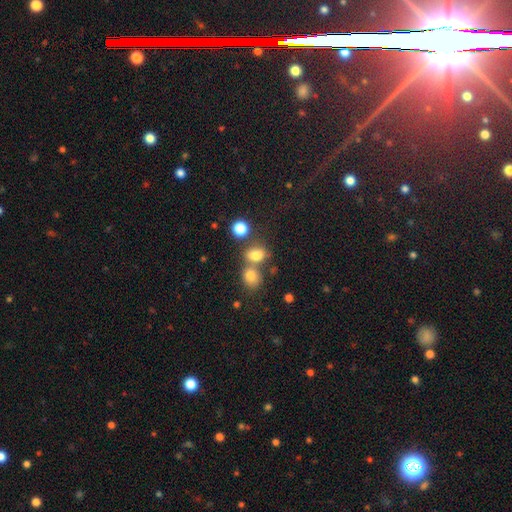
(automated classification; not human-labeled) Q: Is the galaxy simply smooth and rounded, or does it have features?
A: smooth — 76%.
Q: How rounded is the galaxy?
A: in between — 59%.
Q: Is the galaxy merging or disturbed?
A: none — 47%.